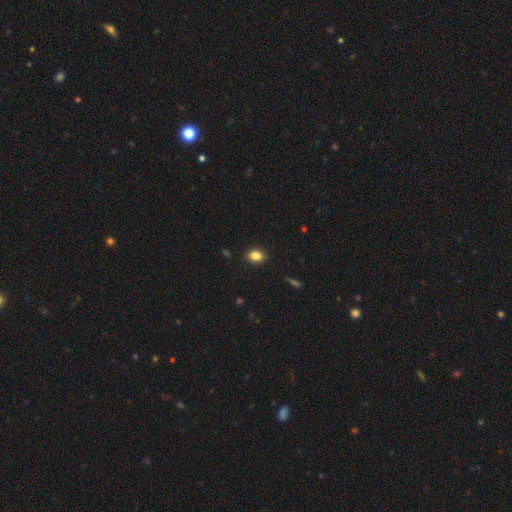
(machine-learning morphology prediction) Smooth or featured: smooth — 85% (star or artifact — 10%)
How rounded: in between — 71% (round — 28%)
Merging: none — 89% (minor disturbance — 8%)